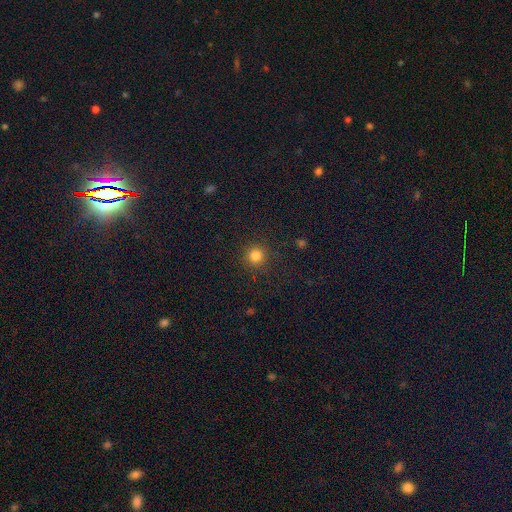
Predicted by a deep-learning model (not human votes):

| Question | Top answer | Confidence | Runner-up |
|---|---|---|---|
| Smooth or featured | smooth | 82% | star or artifact (13%) |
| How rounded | round | 94% | in between (5%) |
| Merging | none | 89% | minor disturbance (7%) |